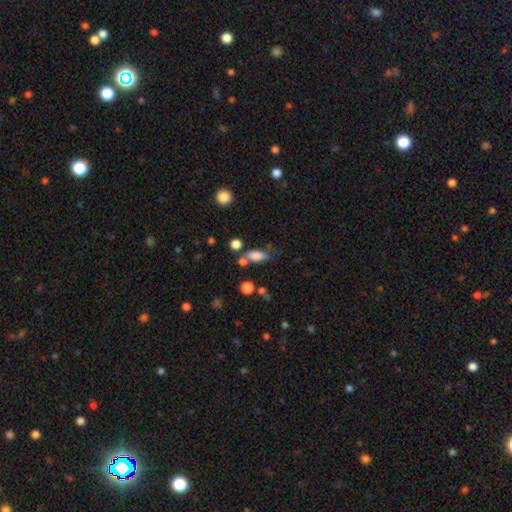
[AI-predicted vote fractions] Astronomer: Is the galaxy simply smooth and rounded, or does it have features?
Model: smooth — 80%.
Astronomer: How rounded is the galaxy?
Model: in between — 81%.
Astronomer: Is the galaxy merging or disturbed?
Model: none — 51%.